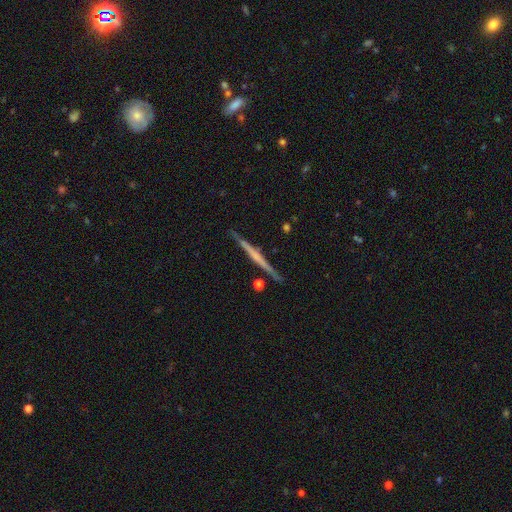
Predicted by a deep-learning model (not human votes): Q: Smooth or featured?
A: featured or disk (68%); runner-up: smooth (26%)
Q: Edge-on disk?
A: yes (98%); runner-up: no (2%)
Q: Edge-on bulge?
A: none (63%); runner-up: rounded (26%)
Q: Merging?
A: none (88%); runner-up: minor disturbance (8%)